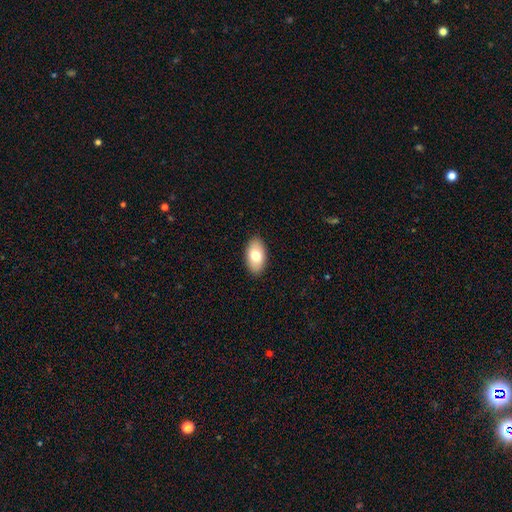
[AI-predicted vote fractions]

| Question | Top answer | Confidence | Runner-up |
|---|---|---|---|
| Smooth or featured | smooth | 76% | featured or disk (17%) |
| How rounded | in between | 94% | round (4%) |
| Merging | none | 90% | minor disturbance (8%) |